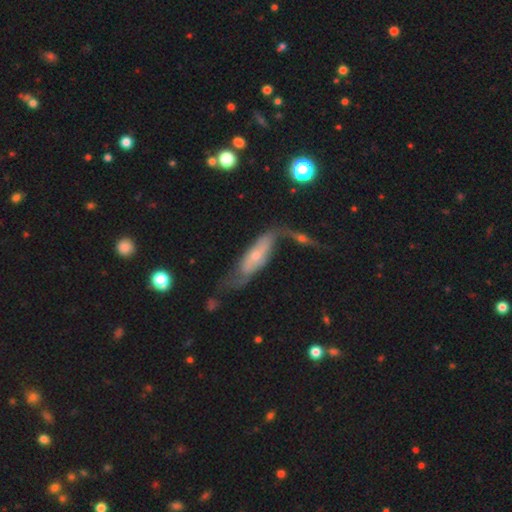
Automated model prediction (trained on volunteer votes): This is likely a featured or disk galaxy (62%). It is likely not viewed edge-on (68%). Merging: marginally none (37%).